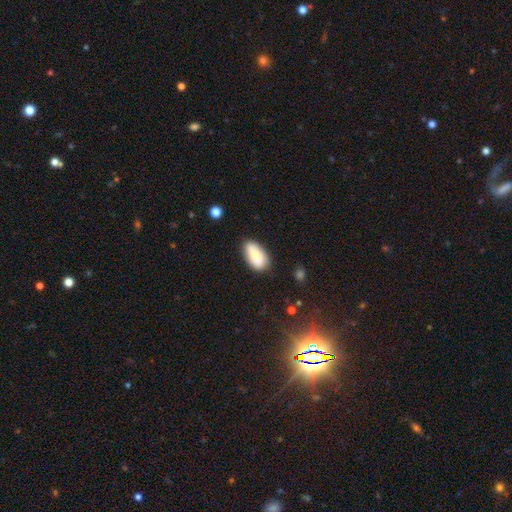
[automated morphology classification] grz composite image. It shows a smooth galaxy with no disk features (76%) that is in between round and cigar-shaped (91%). Merging: none (79%).